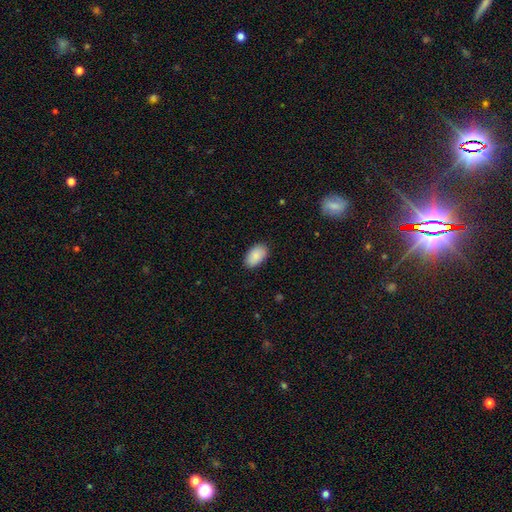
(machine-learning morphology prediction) Q: Smooth or featured?
A: smooth (89%); runner-up: star or artifact (6%)
Q: How rounded?
A: in between (95%); runner-up: round (4%)
Q: Merging?
A: none (87%); runner-up: minor disturbance (10%)